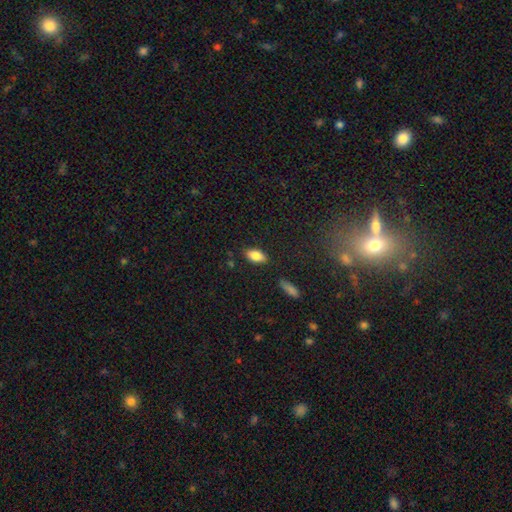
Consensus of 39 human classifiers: This appears to be a smooth galaxy with no disk features (90%) that is in between round and cigar-shaped (89%). Merging: none (86%).